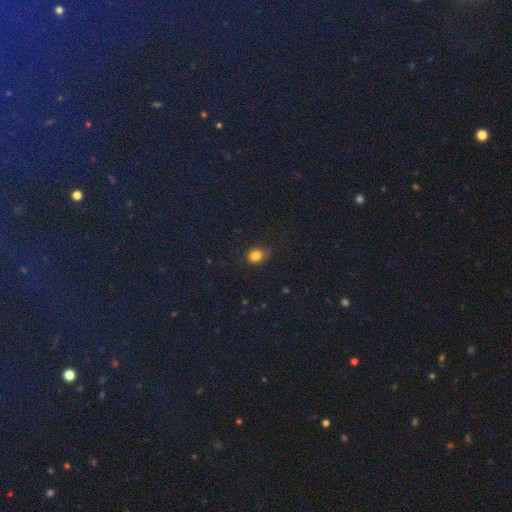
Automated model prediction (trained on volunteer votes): Smooth or featured?
  - smooth: 81% *
  - star or artifact: 13%
  - featured or disk: 5%
How rounded?
  - in between: 51% *
  - round: 48%
  - cigar-shaped: 1%
Merging?
  - none: 78% *
  - minor disturbance: 17%
  - major disturbance: 4%
  - merger: 1%